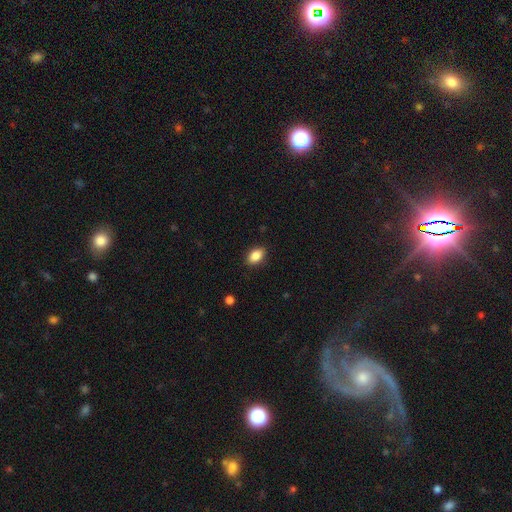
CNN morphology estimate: smooth_or_featured: smooth (p=0.86) [alt: star or artifact p=0.08]
how_rounded: in between (p=0.88) [alt: round p=0.09]
merging: none (p=0.88) [alt: minor disturbance p=0.09]